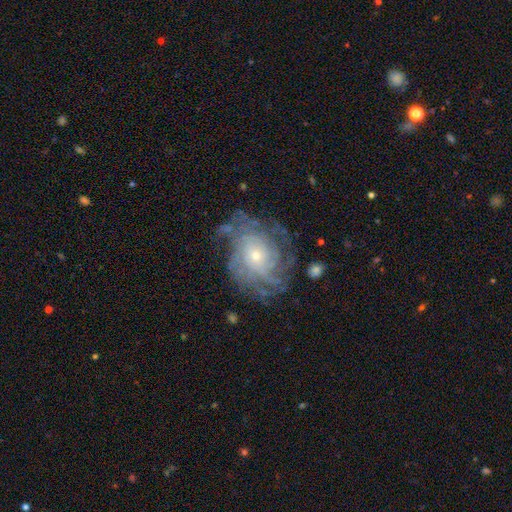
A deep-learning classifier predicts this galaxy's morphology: type=featured or disk (83%); edge-on=no (97%); bar=no (81%); spiral arms=yes (92%); winding=tight (63%); arm count=can't tell (37%); bulge=small (69%); merging=none (67%).